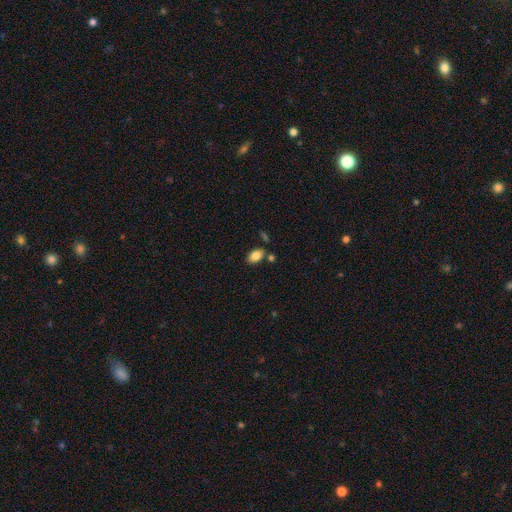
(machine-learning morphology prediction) A smooth galaxy with no disk features (85%) that is in between round and cigar-shaped (90%). Merging: none (76%).